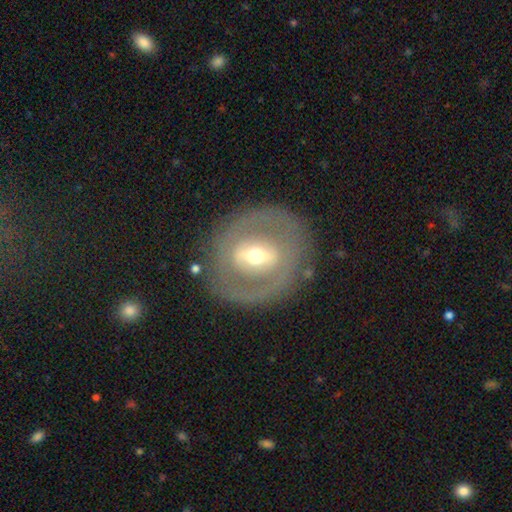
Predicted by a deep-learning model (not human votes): Smooth or featured: featured or disk — 69% (smooth — 25%)
Edge-on disk: no — 92% (yes — 8%)
Bar: strong — 44% (weak — 35%)
Spiral arms: no — 70% (yes — 30%)
Bulge size: moderate — 63% (small — 28%)
Merging: none — 80% (minor disturbance — 12%)